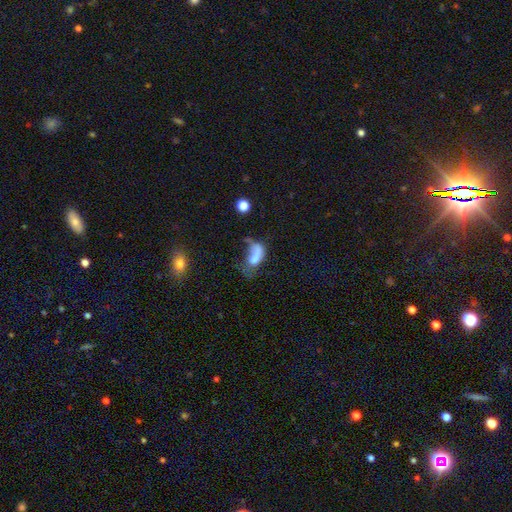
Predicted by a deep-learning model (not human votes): smooth_or_featured: smooth (p=0.58) [alt: featured or disk p=0.30]
how_rounded: in between (p=0.83) [alt: round p=0.10]
merging: major disturbance (p=0.49) [alt: merger p=0.19]